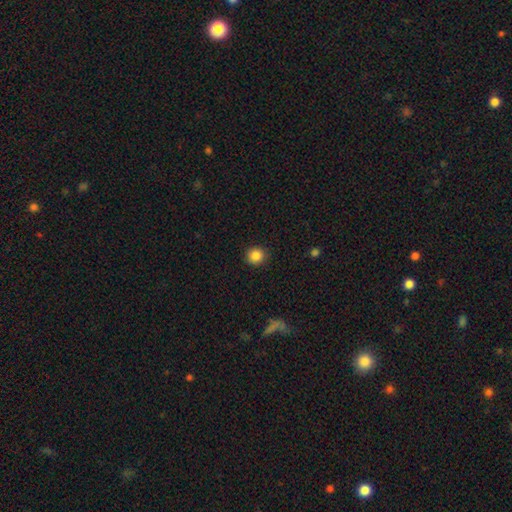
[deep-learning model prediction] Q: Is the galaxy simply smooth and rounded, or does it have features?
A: smooth — 86%.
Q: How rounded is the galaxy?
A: round — 89%.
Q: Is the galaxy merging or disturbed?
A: none — 91%.